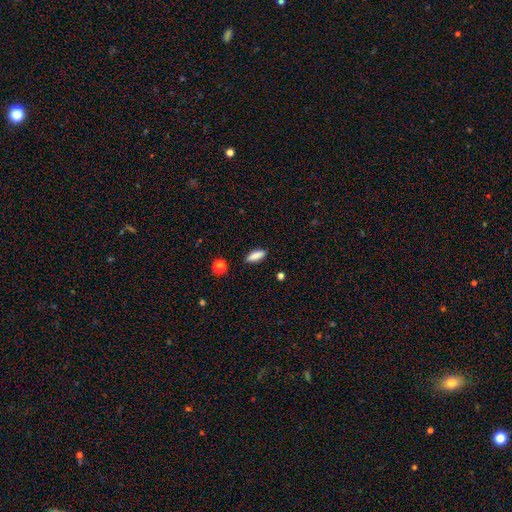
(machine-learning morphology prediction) smooth-or-featured: smooth: 85% | star or artifact: 8% | featured or disk: 7%
  how-rounded: in between: 60% | cigar-shaped: 37% | round: 3%
  merging: none: 87% | minor disturbance: 9% | major disturbance: 2% | merger: 2%